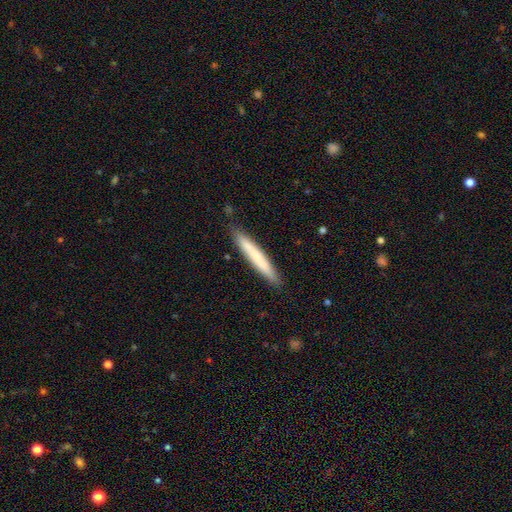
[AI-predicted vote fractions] smooth_or_featured: smooth (p=0.66) [alt: featured or disk p=0.28]
how_rounded: cigar-shaped (p=0.95) [alt: in between p=0.04]
merging: none (p=0.87) [alt: minor disturbance p=0.10]